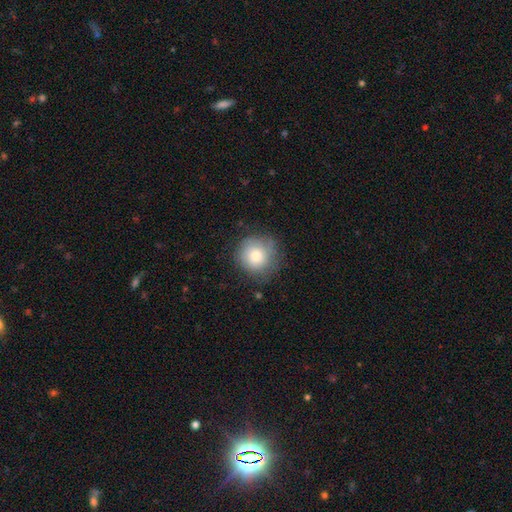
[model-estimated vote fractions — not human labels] Smooth or featured: smooth — 76% (featured or disk — 15%)
How rounded: round — 93% (in between — 6%)
Merging: none — 76% (minor disturbance — 17%)